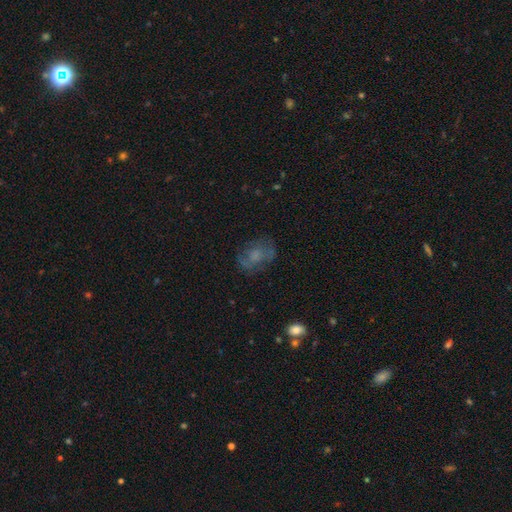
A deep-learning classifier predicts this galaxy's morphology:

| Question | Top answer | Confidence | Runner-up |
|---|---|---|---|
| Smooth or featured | featured or disk | 44% | smooth (42%) |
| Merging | none | 62% | minor disturbance (20%) |